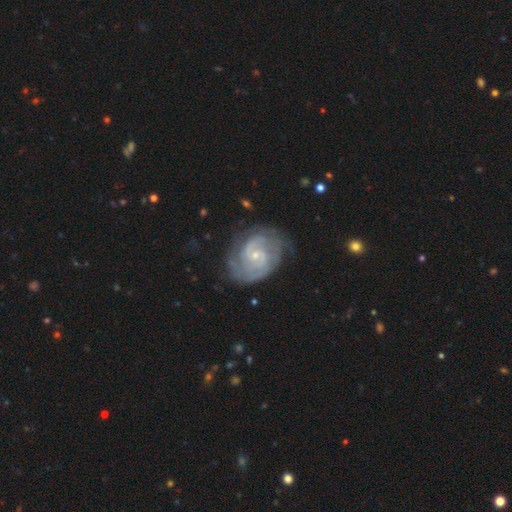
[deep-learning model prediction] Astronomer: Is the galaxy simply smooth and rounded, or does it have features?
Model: featured or disk — 89%.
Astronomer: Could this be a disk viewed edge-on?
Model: no — 98%.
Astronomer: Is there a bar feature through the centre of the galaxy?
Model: no — 55% (runner-up: weak, 38%).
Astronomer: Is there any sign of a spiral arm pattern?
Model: yes — 97%.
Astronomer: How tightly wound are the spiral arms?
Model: tight — 54% (runner-up: medium, 38%).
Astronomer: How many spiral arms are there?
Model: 2 — 64%.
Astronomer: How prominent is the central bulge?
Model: small — 76%.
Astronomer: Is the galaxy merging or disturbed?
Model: none — 73%.